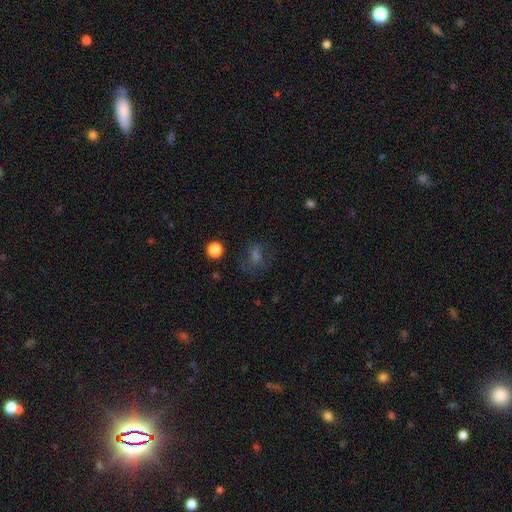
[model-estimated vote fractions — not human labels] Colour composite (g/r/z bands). It shows a smooth galaxy with no disk features (43%). Merging: none (67%).